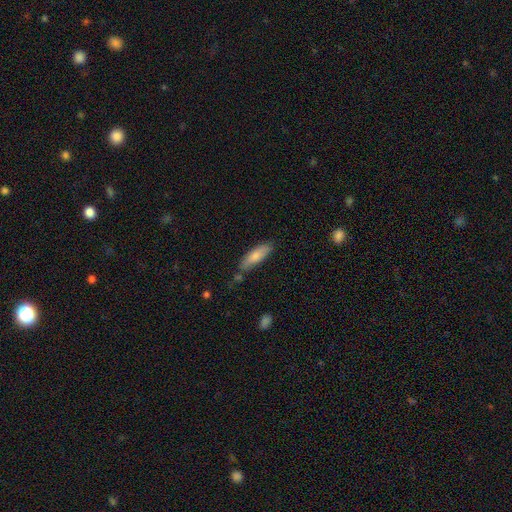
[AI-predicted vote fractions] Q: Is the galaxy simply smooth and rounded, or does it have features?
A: smooth — 78%.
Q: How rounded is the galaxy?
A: cigar-shaped — 52%.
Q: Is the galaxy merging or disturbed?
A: none — 71%.